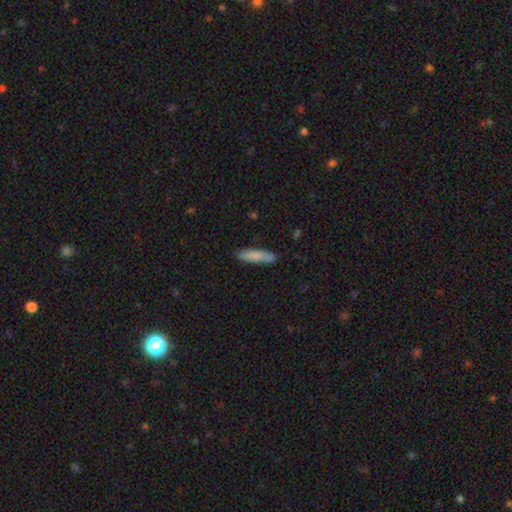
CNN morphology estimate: Smooth or featured: smooth — 80% (featured or disk — 14%)
How rounded: cigar-shaped — 76% (in between — 22%)
Merging: none — 81% (minor disturbance — 15%)